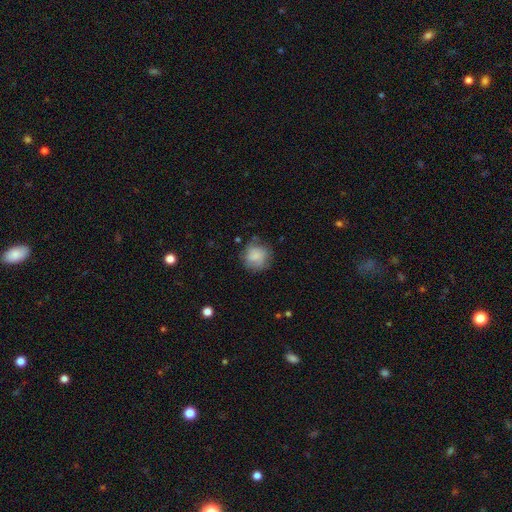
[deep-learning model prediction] smooth-or-featured: smooth: 77% | featured or disk: 15% | star or artifact: 8%
  how-rounded: round: 84% | in between: 15% | cigar-shaped: 1%
  merging: none: 67% | minor disturbance: 22% | major disturbance: 9% | merger: 2%